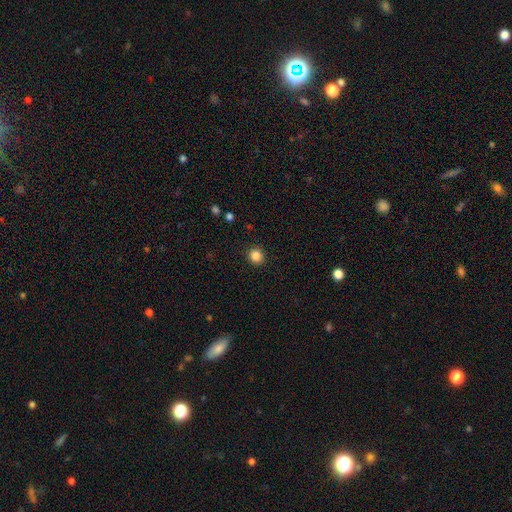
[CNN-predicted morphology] A smooth galaxy with no disk features (86%) that is round (91%). Merging: none (91%).